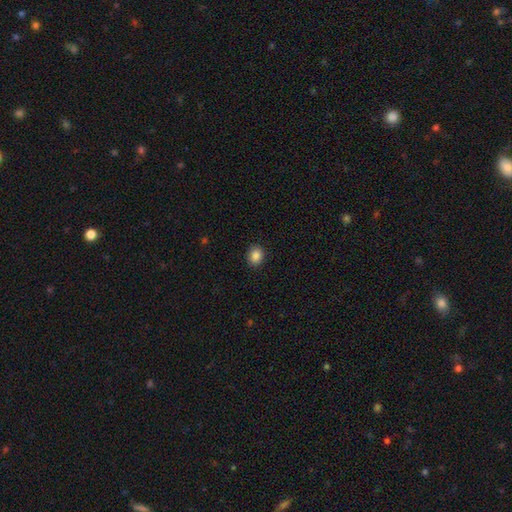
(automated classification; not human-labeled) A smooth galaxy with no disk features (87%) that is round (60%).

Vote fractions:
- Smooth or featured? smooth: 87% / star or artifact: 10% / featured or disk: 4%
- How rounded? round: 60% / in between: 39% / cigar-shaped: 1%
- Merging? none: 90% / minor disturbance: 7% / major disturbance: 2% / merger: 1%